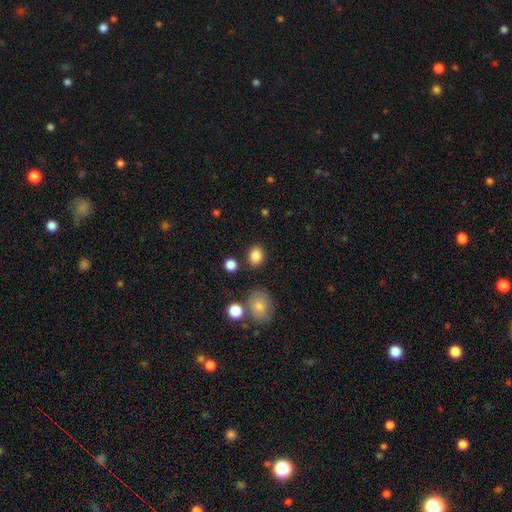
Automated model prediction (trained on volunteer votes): Q: Smooth or featured?
A: smooth (85%); runner-up: star or artifact (10%)
Q: How rounded?
A: in between (52%); runner-up: round (46%)
Q: Merging?
A: none (83%); runner-up: minor disturbance (10%)